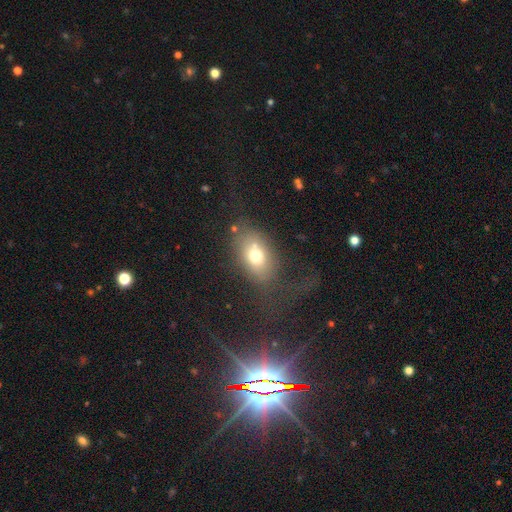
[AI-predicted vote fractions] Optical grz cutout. It shows a smooth galaxy with no disk features (68%) that is in between round and cigar-shaped (77%). Merging: none (47%).